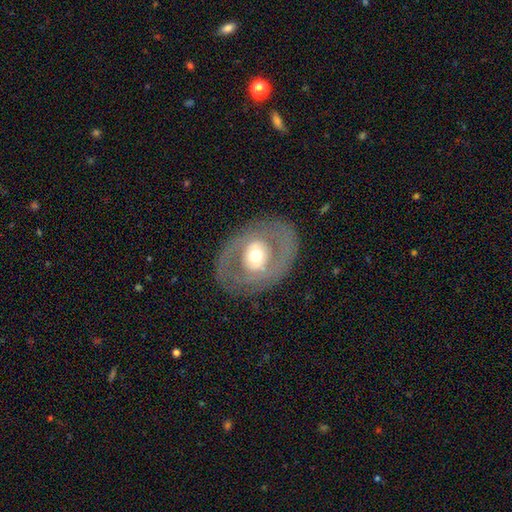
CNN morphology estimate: type=featured or disk (61%); edge-on=no (93%); bar=no (65%); spiral arms=no (79%); bulge=moderate (64%); merging=none (79%).